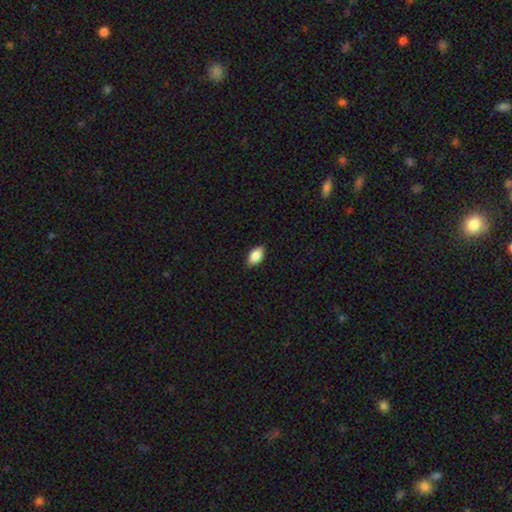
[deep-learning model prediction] Smooth or featured? Predicted: smooth (p=0.87). How rounded? Predicted: in between (p=0.93). Merging? Predicted: none (p=0.88).